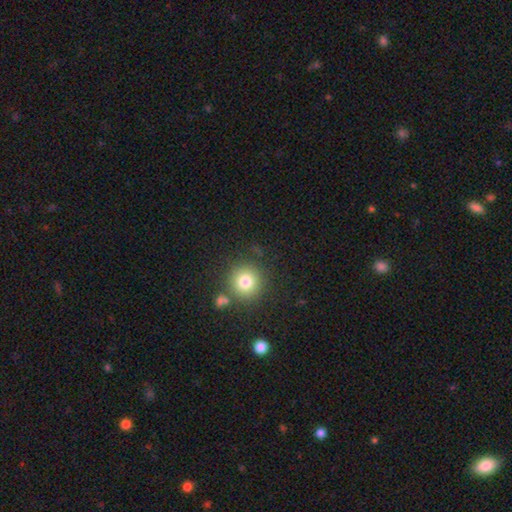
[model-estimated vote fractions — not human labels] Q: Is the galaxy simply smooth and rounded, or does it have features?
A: smooth — 70%.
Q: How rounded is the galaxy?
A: round — 94%.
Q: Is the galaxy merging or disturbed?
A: none — 83%.